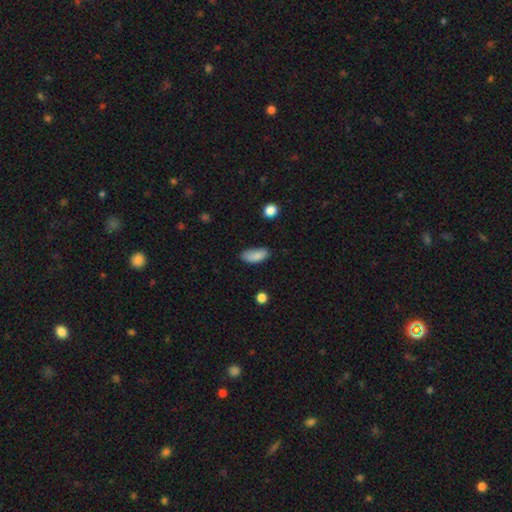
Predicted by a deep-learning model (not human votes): smooth-or-featured: smooth: 85% | star or artifact: 8% | featured or disk: 7%
  how-rounded: in between: 87% | cigar-shaped: 10% | round: 3%
  merging: none: 64% | minor disturbance: 28% | major disturbance: 6% | merger: 2%